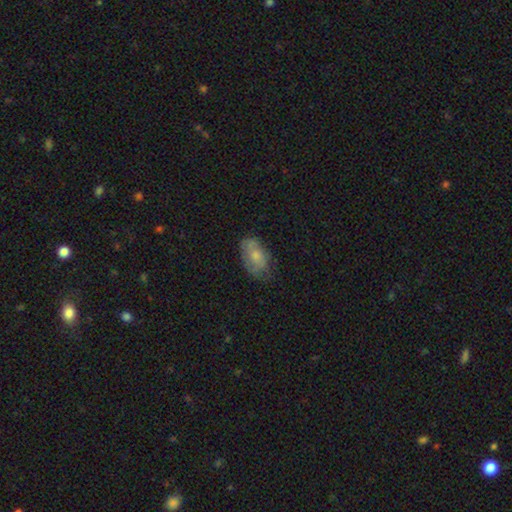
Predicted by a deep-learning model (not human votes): This appears to be a smooth galaxy with no disk features (64%) that is in between round and cigar-shaped (91%). Merging: none (57%).